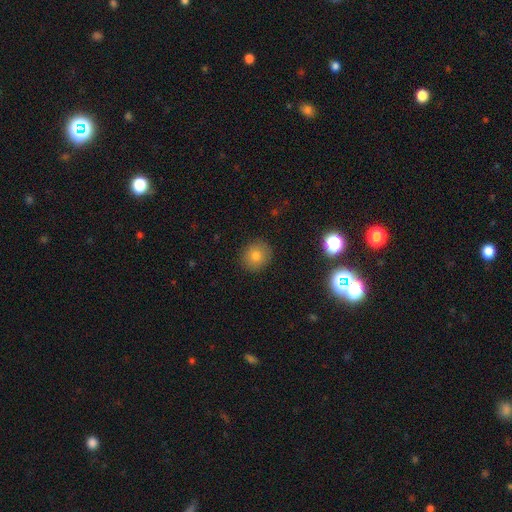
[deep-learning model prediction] Smooth or featured: smooth — 76% (star or artifact — 13%)
How rounded: round — 86% (in between — 13%)
Merging: none — 90% (minor disturbance — 7%)